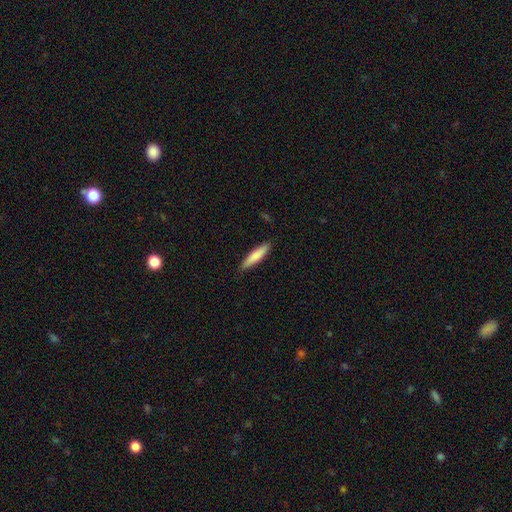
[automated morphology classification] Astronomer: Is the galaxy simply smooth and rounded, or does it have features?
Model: smooth — 81%.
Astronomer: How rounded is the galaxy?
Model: cigar-shaped — 81%.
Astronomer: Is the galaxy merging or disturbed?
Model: none — 88%.